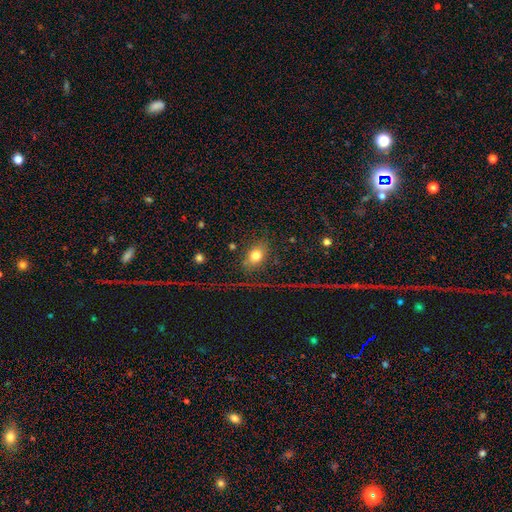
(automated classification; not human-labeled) A smooth galaxy with no disk features (71%) that is in between round and cigar-shaped (60%). Merging: none (68%).